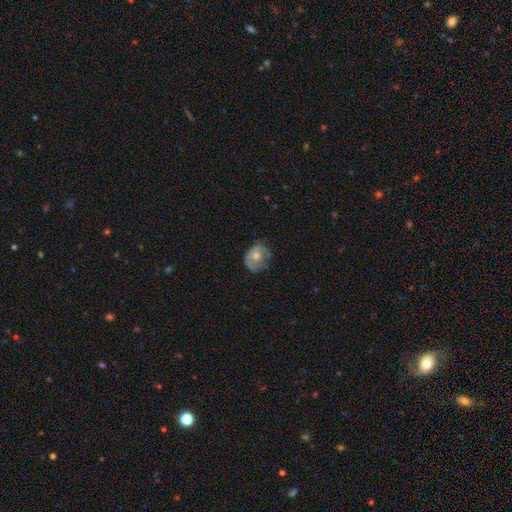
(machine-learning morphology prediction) This is possibly a smooth galaxy (58%). How rounded: possibly round (59%). Merging: possibly none (50%).